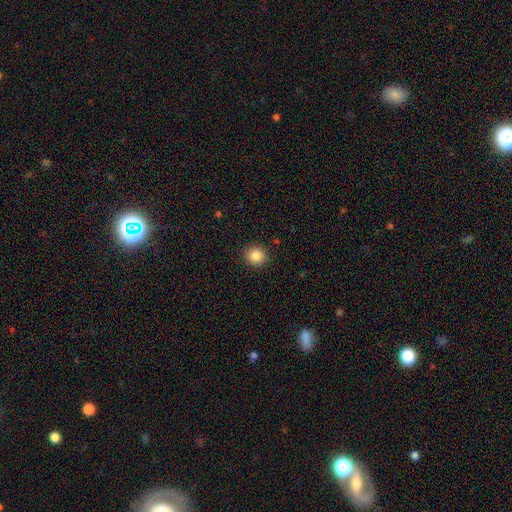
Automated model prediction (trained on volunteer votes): Overall: smooth (86%). How rounded: round (86%). Merging: none (91%).